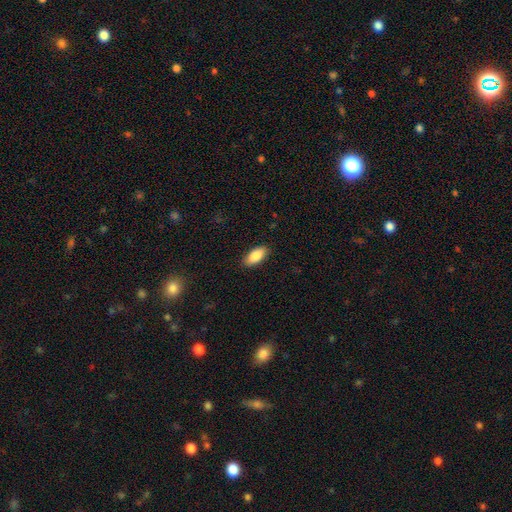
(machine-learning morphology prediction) type=smooth (86%); roundness=in between (90%); merging=none (88%).